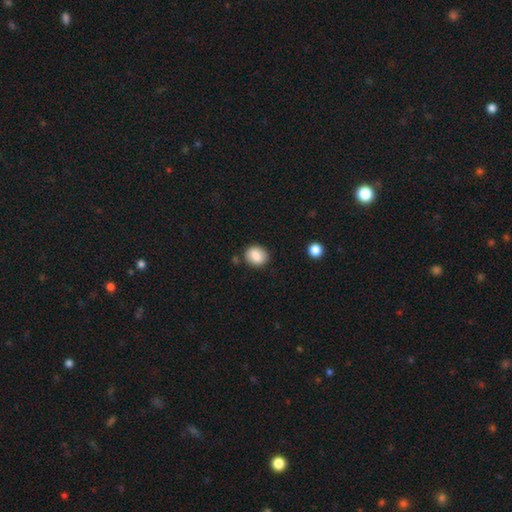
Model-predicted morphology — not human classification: Q: Smooth or featured?
A: smooth (85%); runner-up: star or artifact (8%)
Q: How rounded?
A: round (62%); runner-up: in between (37%)
Q: Merging?
A: none (81%); runner-up: minor disturbance (12%)